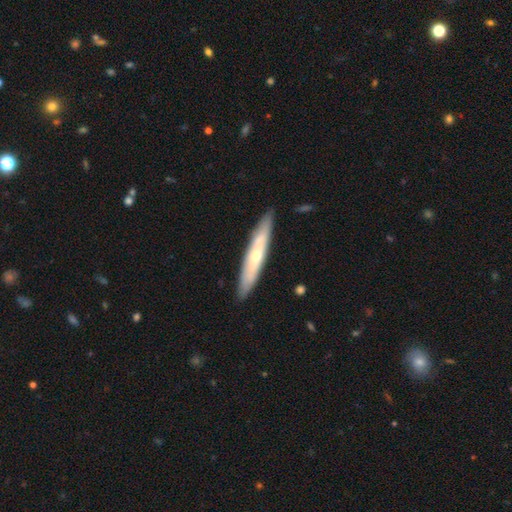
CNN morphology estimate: Smooth or featured? featured or disk (55%)
Edge-on disk? yes (74%)
Merging? none (87%)